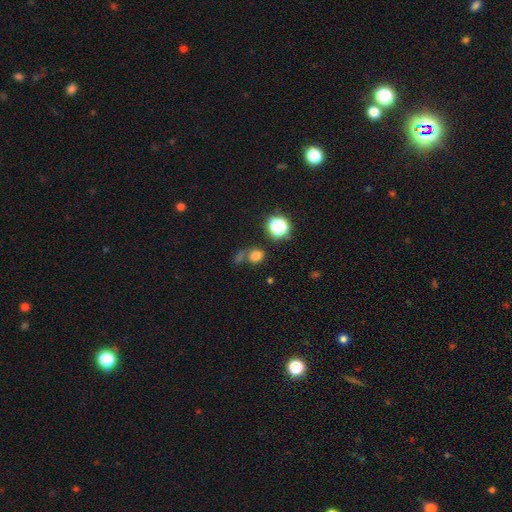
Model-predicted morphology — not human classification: type=smooth (74%); roundness=round (66%); merging=none (59%).